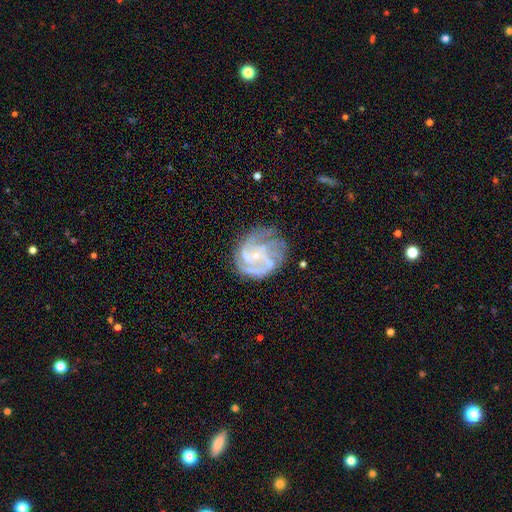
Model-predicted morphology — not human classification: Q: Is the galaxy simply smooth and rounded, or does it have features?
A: featured or disk — 85%.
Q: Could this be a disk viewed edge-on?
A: no — 98%.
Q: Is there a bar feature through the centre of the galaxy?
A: no — 65%.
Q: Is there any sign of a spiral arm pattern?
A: yes — 93%.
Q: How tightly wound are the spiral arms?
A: tight — 49%.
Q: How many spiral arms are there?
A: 3 — 35%.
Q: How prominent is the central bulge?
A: small — 75%.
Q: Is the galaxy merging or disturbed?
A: none — 54%.